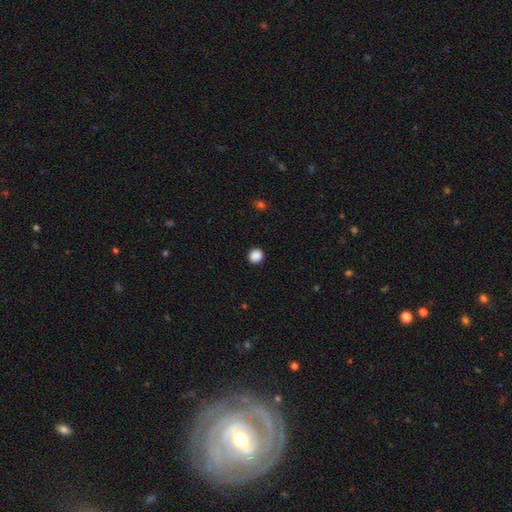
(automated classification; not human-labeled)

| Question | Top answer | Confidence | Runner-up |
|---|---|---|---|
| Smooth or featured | smooth | 88% | star or artifact (10%) |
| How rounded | round | 92% | in between (7%) |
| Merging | none | 93% | minor disturbance (5%) |